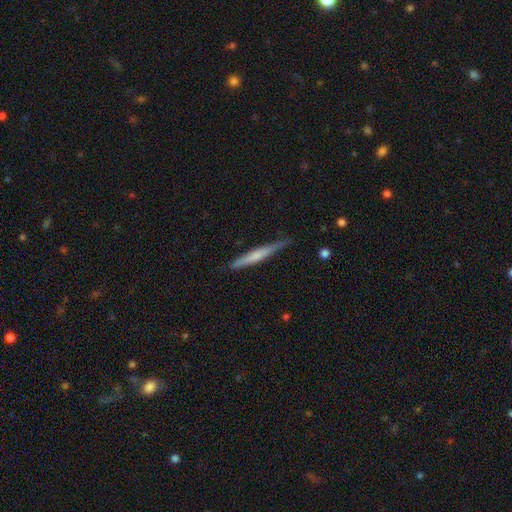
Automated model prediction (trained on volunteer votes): Morphology: type=smooth (50%); roundness=cigar-shaped (96%); merging=none (83%).